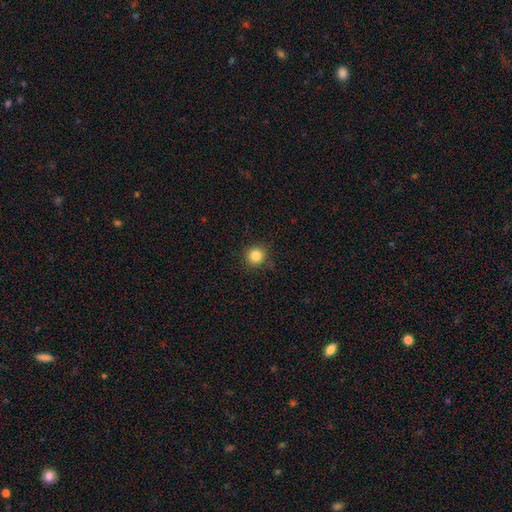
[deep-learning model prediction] This is clearly a smooth galaxy (85%). How rounded: clearly round (93%). Merging: clearly none (88%).